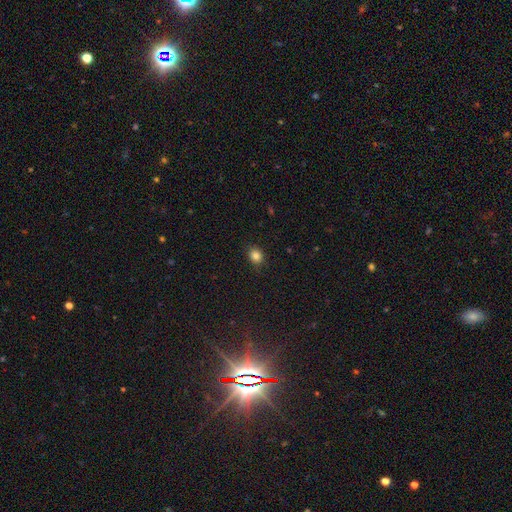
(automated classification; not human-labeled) Q: Smooth or featured?
A: smooth (84%); runner-up: star or artifact (11%)
Q: How rounded?
A: round (65%); runner-up: in between (34%)
Q: Merging?
A: none (86%); runner-up: minor disturbance (10%)